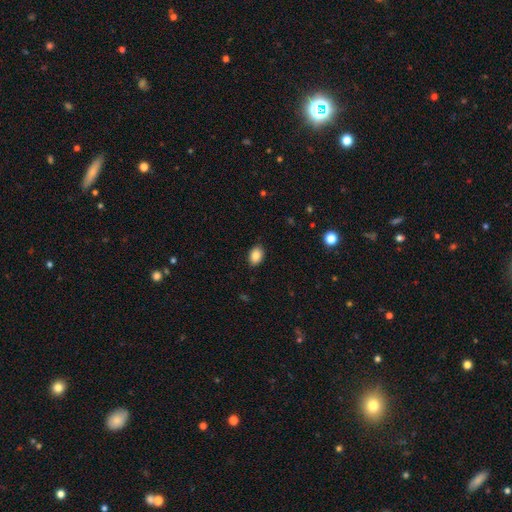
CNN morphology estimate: Q: Smooth or featured?
A: smooth (87%); runner-up: star or artifact (8%)
Q: How rounded?
A: in between (83%); runner-up: round (16%)
Q: Merging?
A: none (89%); runner-up: minor disturbance (8%)